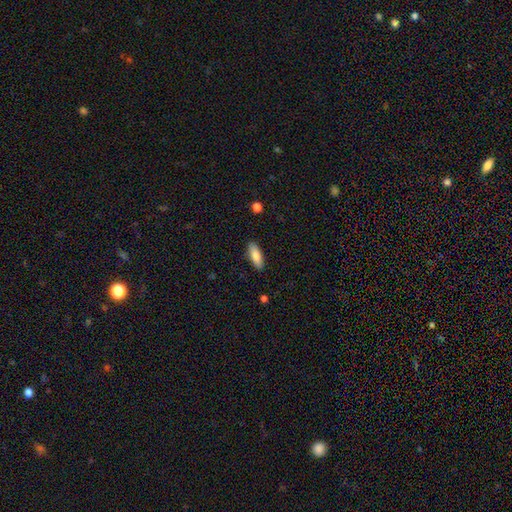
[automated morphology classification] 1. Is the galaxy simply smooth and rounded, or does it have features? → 81% smooth, 13% featured or disk, 6% star or artifact.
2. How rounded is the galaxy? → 65% in between, 33% cigar-shaped, 2% round.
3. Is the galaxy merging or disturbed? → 88% none, 9% minor disturbance, 2% major disturbance, 1% merger.